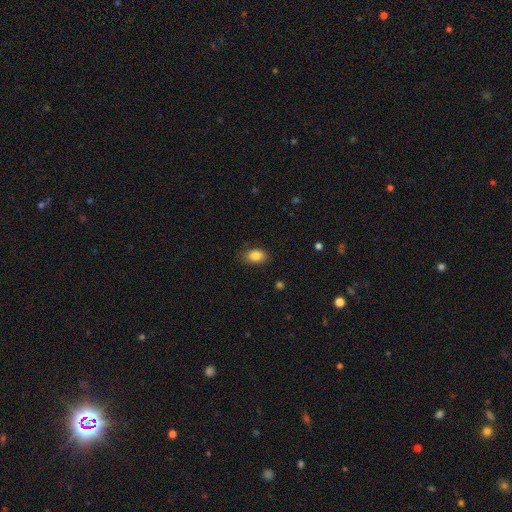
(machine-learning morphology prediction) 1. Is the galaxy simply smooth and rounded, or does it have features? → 85% smooth, 9% star or artifact, 6% featured or disk.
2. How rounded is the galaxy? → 82% in between, 17% round, 1% cigar-shaped.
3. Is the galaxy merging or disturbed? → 81% none, 15% minor disturbance, 3% major disturbance, 1% merger.